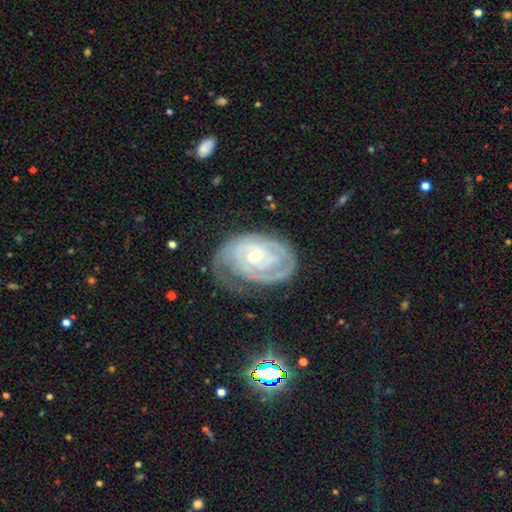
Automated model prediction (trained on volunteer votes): Morphology: type=featured or disk (86%); edge-on=no (97%); bar=no (59%); spiral arms=yes (96%); winding=tight (77%); arm count=2 (34%); bulge=small (66%); merging=none (62%).